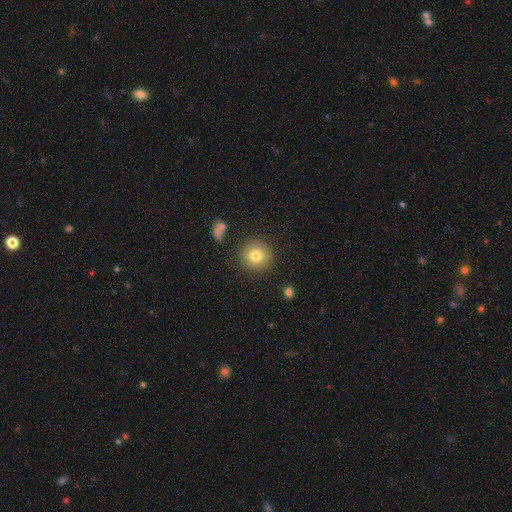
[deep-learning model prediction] Overall: smooth (79%). How rounded: round (94%). Merging: none (87%).